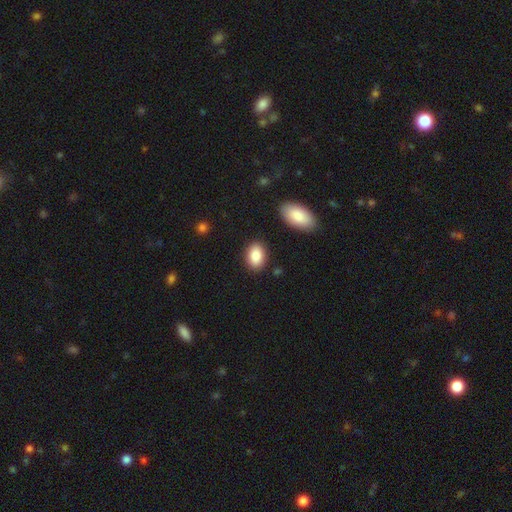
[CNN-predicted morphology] A smooth galaxy with no disk features (86%) that is in between round and cigar-shaped (86%). Merging: none (86%).